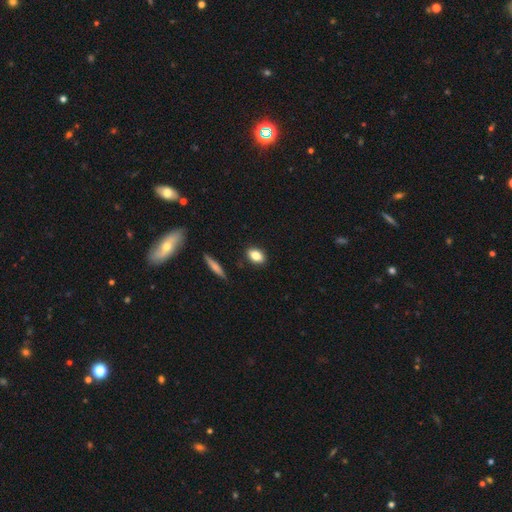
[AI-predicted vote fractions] A smooth galaxy with no disk features (82%) that is in between round and cigar-shaped (81%).

Vote fractions:
- Smooth or featured? smooth: 82% / featured or disk: 10% / star or artifact: 8%
- How rounded? in between: 81% / round: 15% / cigar-shaped: 4%
- Merging? none: 87% / minor disturbance: 9% / major disturbance: 2% / merger: 2%